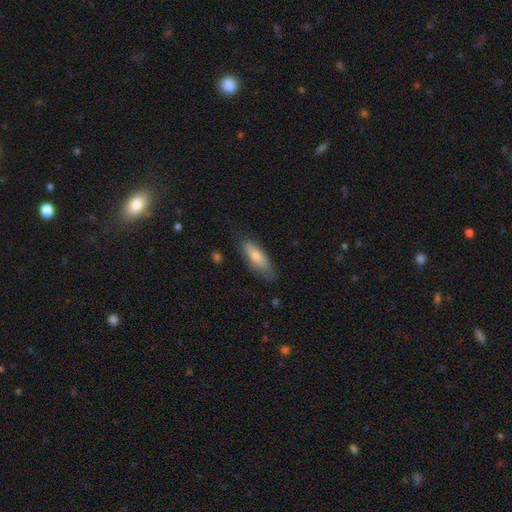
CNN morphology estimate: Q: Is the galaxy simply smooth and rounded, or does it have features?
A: smooth — 69%.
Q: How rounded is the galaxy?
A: in between — 53%.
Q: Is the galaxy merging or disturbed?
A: none — 75%.